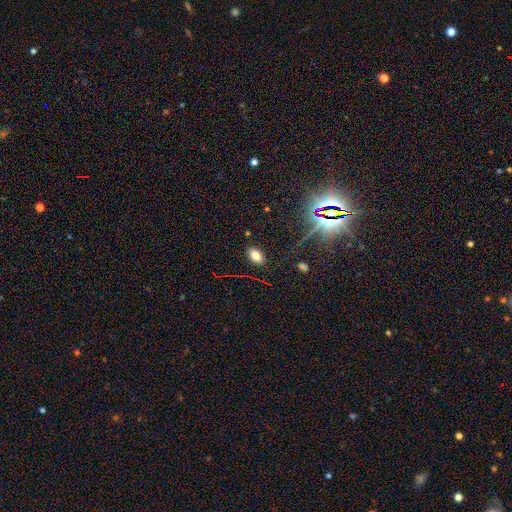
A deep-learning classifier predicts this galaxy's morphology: Overall: smooth (76%). How rounded: in between (90%). Merging: none (87%).